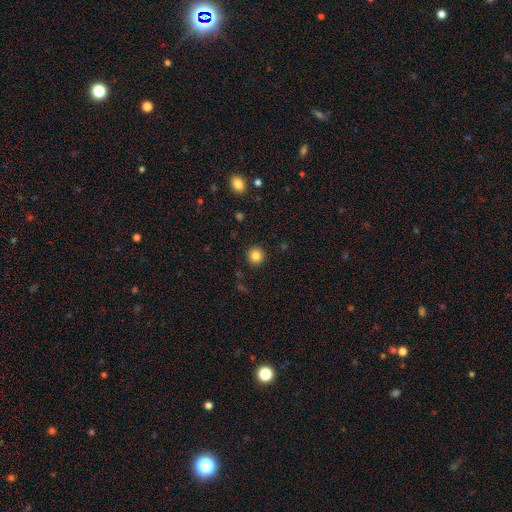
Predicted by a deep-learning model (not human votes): A smooth galaxy with no disk features (84%) that is round (93%). Merging: none (92%).